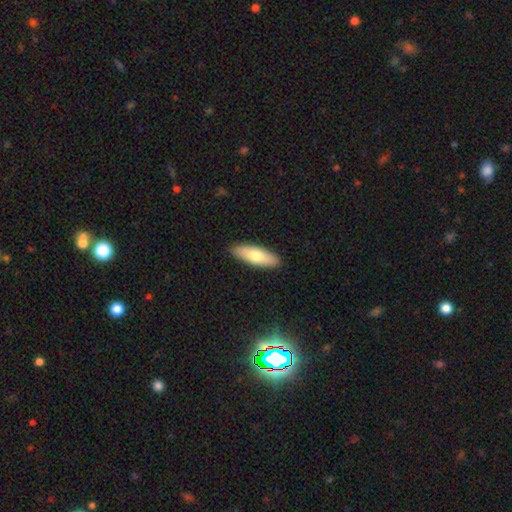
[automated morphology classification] The model was most divided on "how rounded": in between: 59%, cigar-shaped: 39%, round: 2%. More confident: merging — none (90%); smooth or featured — smooth (71%).